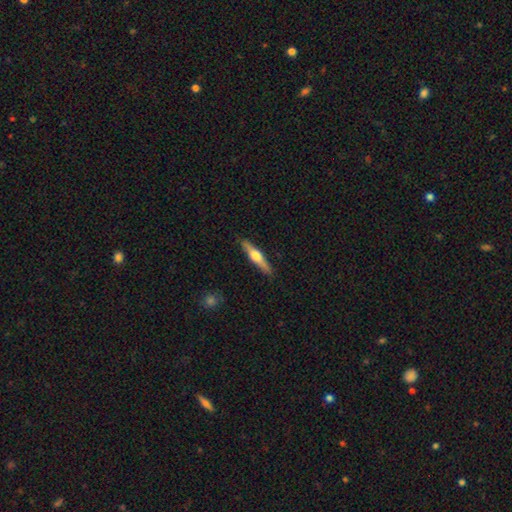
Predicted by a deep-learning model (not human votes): This appears to be a featured or disk galaxy (58%) viewed edge-on (96%) with a rounded central bulge (93%). Merging: none (89%).